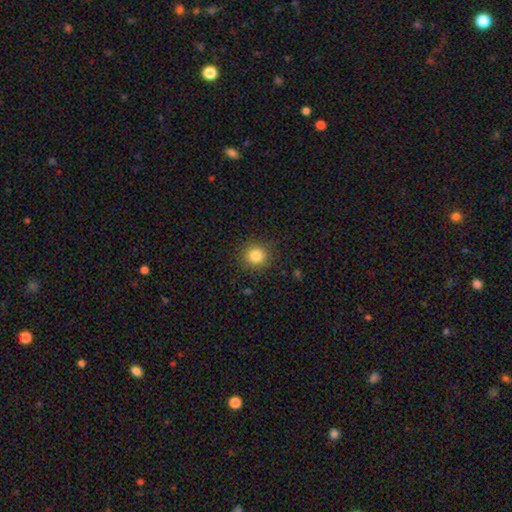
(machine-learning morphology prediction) The model was most divided on "smooth or featured": smooth: 83%, star or artifact: 11%, featured or disk: 6%. More confident: how rounded — round (89%); merging — none (88%).